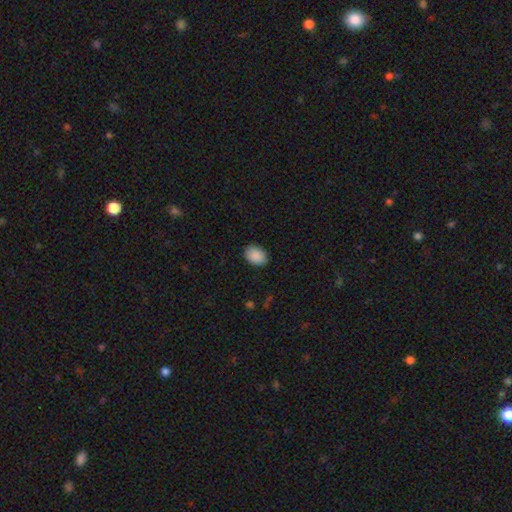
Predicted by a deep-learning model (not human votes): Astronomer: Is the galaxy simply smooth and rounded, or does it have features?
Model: smooth — 90%.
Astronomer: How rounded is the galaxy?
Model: in between — 76%.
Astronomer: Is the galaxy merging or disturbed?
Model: none — 86%.